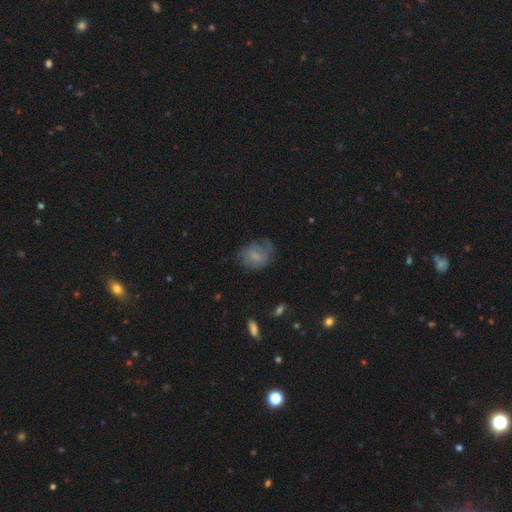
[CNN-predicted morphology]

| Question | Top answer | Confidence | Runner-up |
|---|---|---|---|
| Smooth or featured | smooth | 50% | featured or disk (41%) |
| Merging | none | 55% | minor disturbance (27%) |